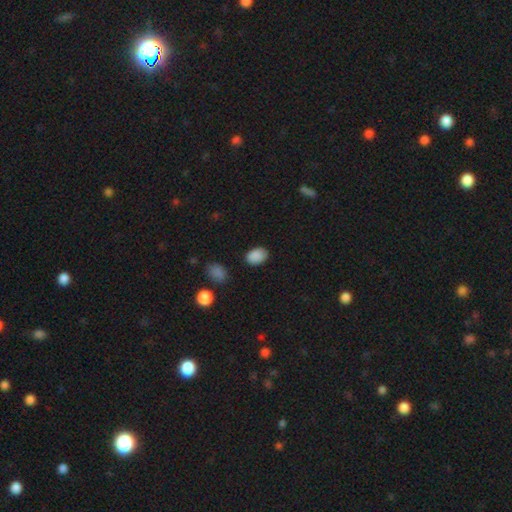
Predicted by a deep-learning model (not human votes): Smooth or featured: smooth — 87% (star or artifact — 9%)
How rounded: in between — 84% (round — 15%)
Merging: none — 84% (minor disturbance — 11%)